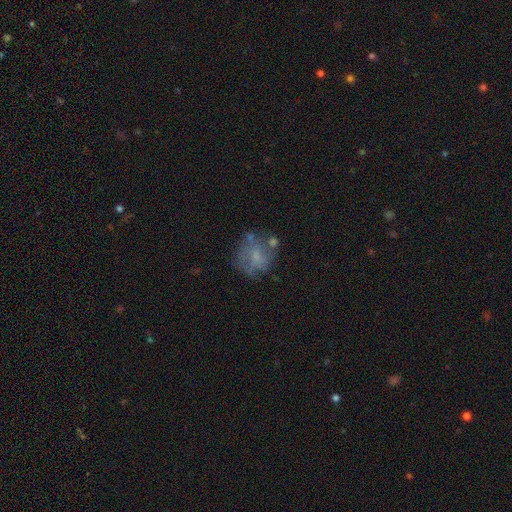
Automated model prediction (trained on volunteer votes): This appears to be a smooth galaxy with no disk features (45%). Merging: none (52%).